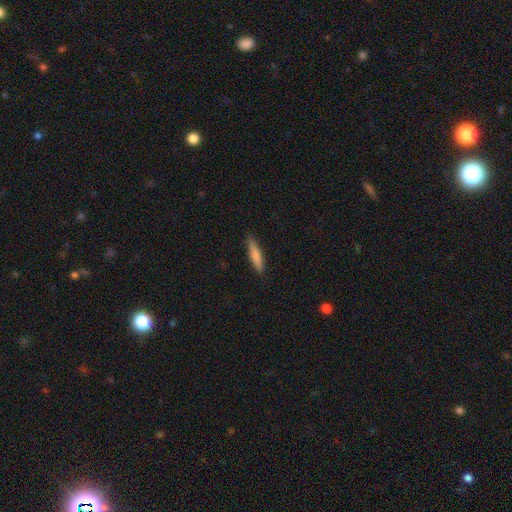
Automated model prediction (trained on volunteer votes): A smooth galaxy with no disk features (79%) that is cigar-shaped (84%).

Vote fractions:
- Smooth or featured? smooth: 79% / featured or disk: 16% / star or artifact: 6%
- How rounded? cigar-shaped: 84% / in between: 15% / round: 1%
- Merging? none: 87% / minor disturbance: 10% / major disturbance: 2% / merger: 1%